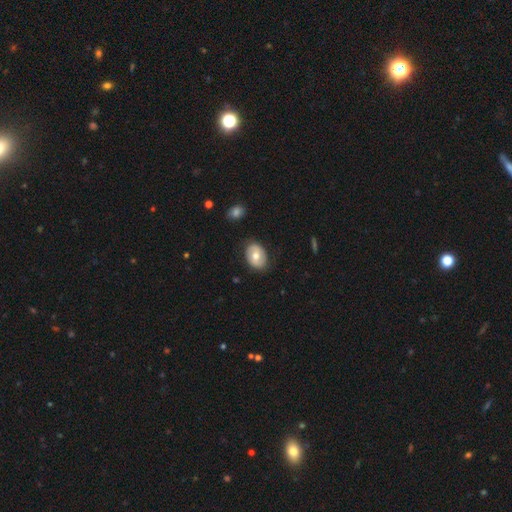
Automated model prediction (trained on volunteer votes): Smooth or featured? smooth (59%)
How rounded? in between (72%)
Merging? none (81%)